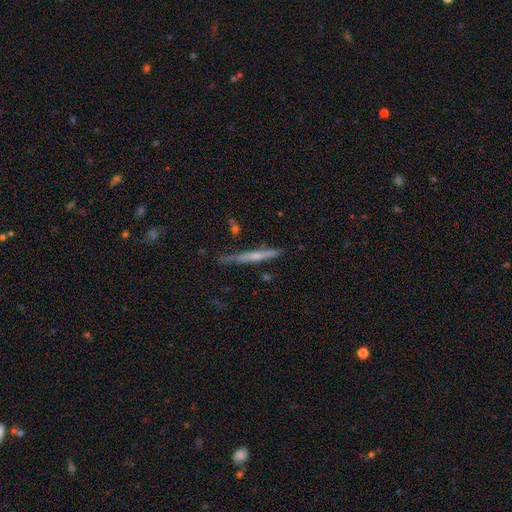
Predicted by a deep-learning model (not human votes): featured or disk 55%, smooth 38%, star or artifact 7%. Down the decision tree: edge-on disk — yes (95%); edge-on bulge — none (50%); merging — none (78%).